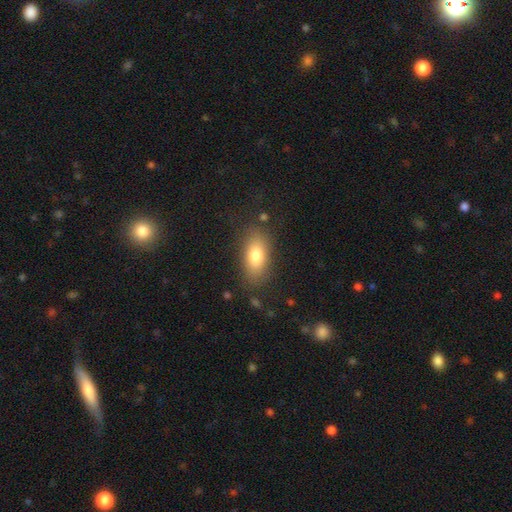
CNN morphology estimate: smooth_or_featured: smooth (p=0.79) [alt: featured or disk p=0.14]
how_rounded: in between (p=0.87) [alt: cigar-shaped p=0.07]
merging: none (p=0.81) [alt: minor disturbance p=0.13]